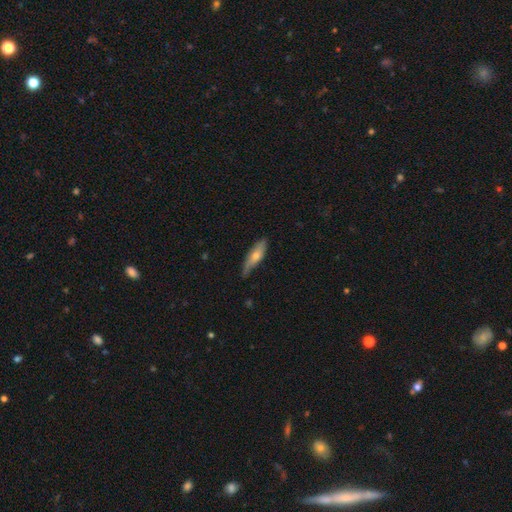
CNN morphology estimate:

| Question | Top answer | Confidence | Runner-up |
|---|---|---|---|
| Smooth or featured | smooth | 54% | featured or disk (40%) |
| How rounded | cigar-shaped | 63% | in between (35%) |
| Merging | none | 68% | minor disturbance (26%) |